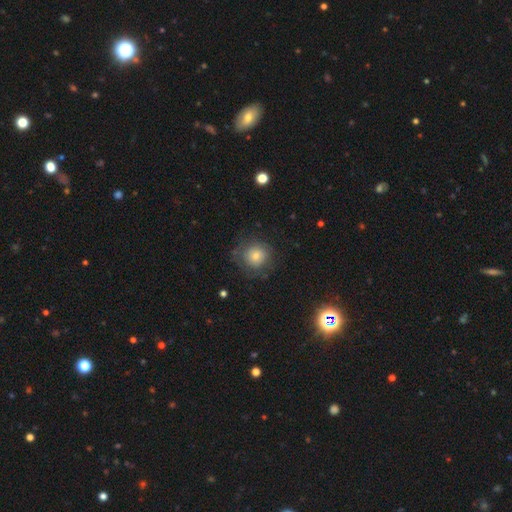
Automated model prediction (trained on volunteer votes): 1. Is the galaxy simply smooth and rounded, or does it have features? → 63% smooth, 22% featured or disk, 15% star or artifact.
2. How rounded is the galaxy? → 89% round, 10% in between, 1% cigar-shaped.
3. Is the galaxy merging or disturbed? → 74% none, 16% minor disturbance, 9% major disturbance, 1% merger.